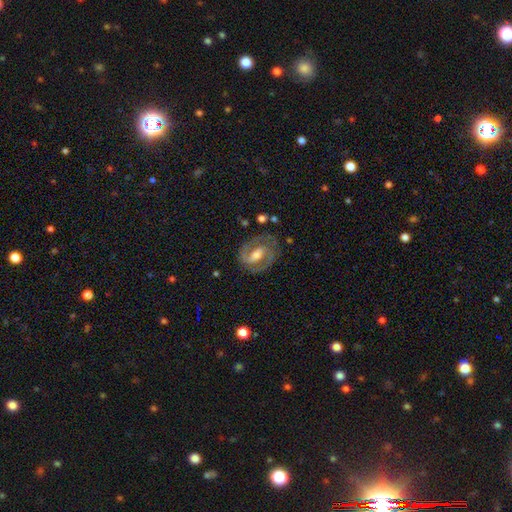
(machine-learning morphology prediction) Q: Smooth or featured?
A: featured or disk (83%); runner-up: smooth (12%)
Q: Edge-on disk?
A: no (97%); runner-up: yes (3%)
Q: Bar?
A: strong (41%); tied with: weak (41%)
Q: Spiral arms?
A: yes (89%); runner-up: no (11%)
Q: Spiral winding?
A: medium (47%); runner-up: tight (42%)
Q: Spiral arm count?
A: 2 (85%); runner-up: 1 (6%)
Q: Bulge size?
A: moderate (60%); runner-up: small (24%)
Q: Merging?
A: none (76%); runner-up: minor disturbance (15%)